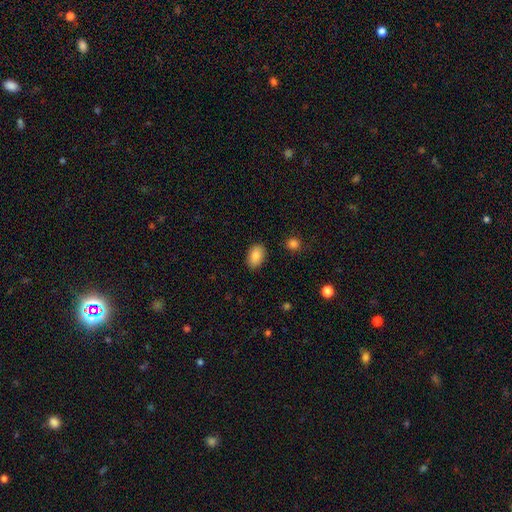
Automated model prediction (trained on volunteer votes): smooth 87%, star or artifact 8%, featured or disk 5%. Down the decision tree: how rounded — in between (89%); merging — none (88%).